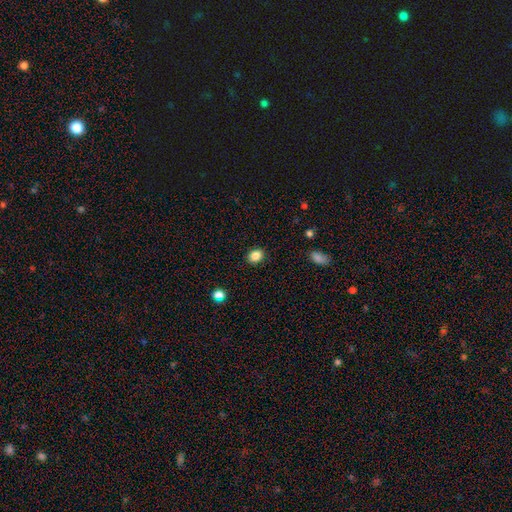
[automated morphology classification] smooth-or-featured: smooth: 86% | star or artifact: 10% | featured or disk: 4%
  how-rounded: in between: 58% | round: 41% | cigar-shaped: 1%
  merging: none: 89% | minor disturbance: 8% | major disturbance: 2% | merger: 1%